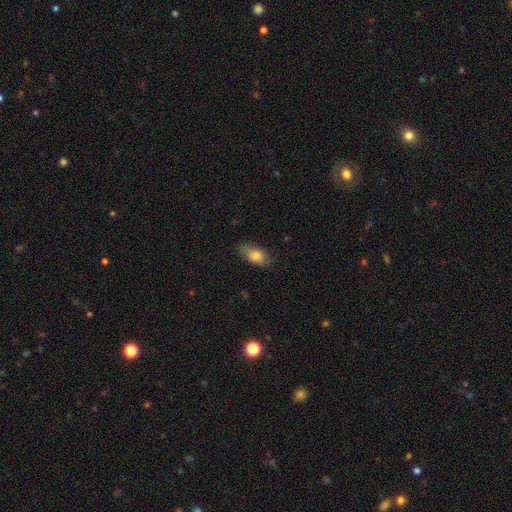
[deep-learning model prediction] This is clearly a smooth galaxy (80%). How rounded: clearly in between (89%). Merging: likely none (70%).